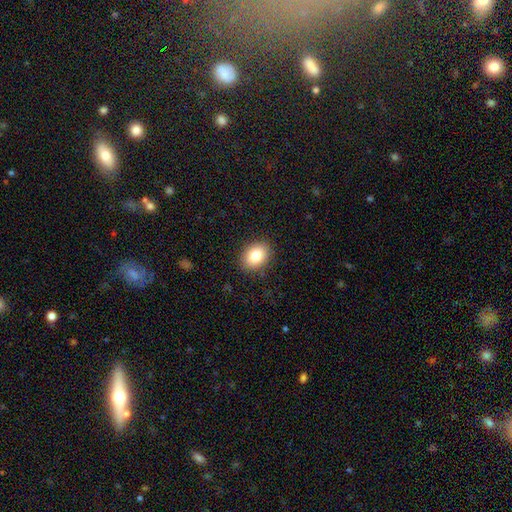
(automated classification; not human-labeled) Smooth or featured? Predicted: smooth (p=0.83). How rounded? Predicted: in between (p=0.69). Merging? Predicted: none (p=0.88).